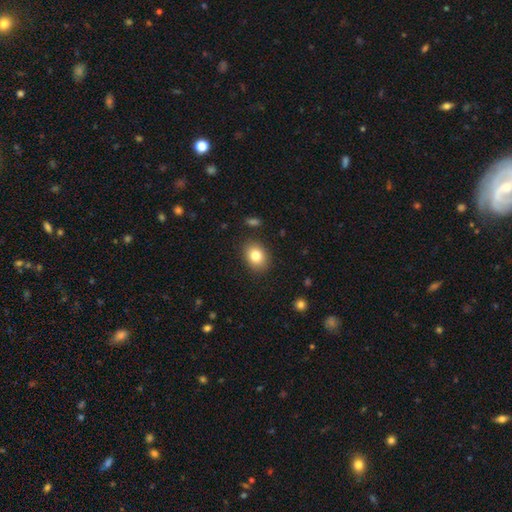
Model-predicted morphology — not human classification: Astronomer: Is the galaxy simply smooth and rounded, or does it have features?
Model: smooth — 81%.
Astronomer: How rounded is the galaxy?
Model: in between — 58% (runner-up: round, 41%).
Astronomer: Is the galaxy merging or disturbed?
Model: none — 87%.